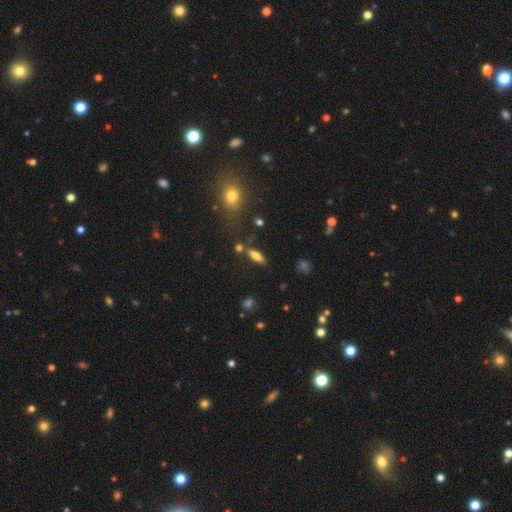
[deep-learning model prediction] smooth_or_featured: smooth (p=0.73) [alt: featured or disk p=0.16]
how_rounded: in between (p=0.54) [alt: cigar-shaped p=0.42]
merging: none (p=0.71) [alt: minor disturbance p=0.14]